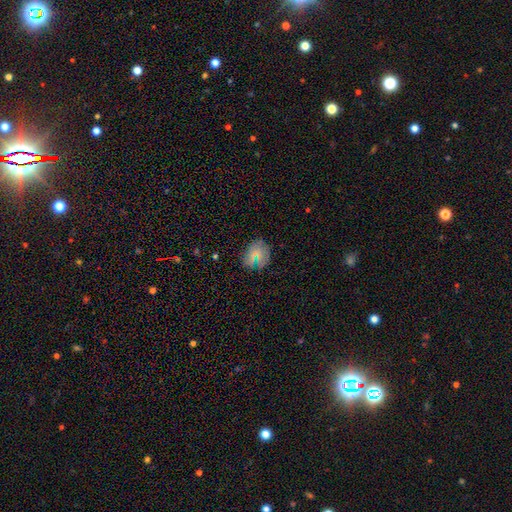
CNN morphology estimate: A smooth galaxy with no disk features (72%) that is round (67%). Merging: none (82%).